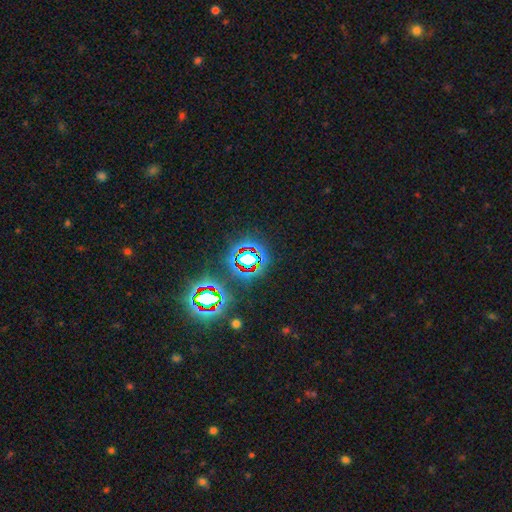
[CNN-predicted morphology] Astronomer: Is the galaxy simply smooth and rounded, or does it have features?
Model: star or artifact — 76%.